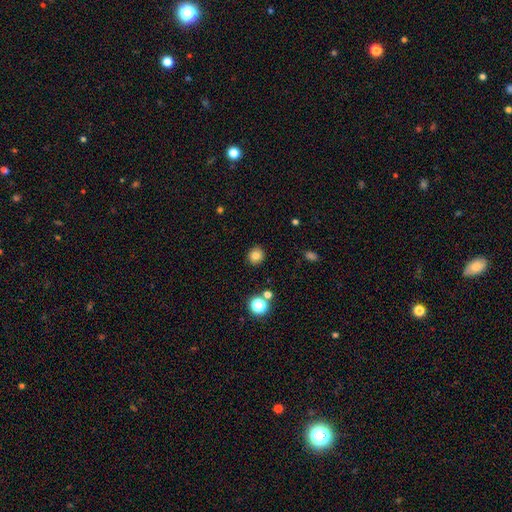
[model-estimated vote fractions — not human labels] A smooth galaxy with no disk features (80%) that is round (86%).

Vote fractions:
- Smooth or featured? smooth: 80% / star or artifact: 13% / featured or disk: 7%
- How rounded? round: 86% / in between: 14% / cigar-shaped: 1%
- Merging? none: 89% / minor disturbance: 7% / merger: 2% / major disturbance: 2%